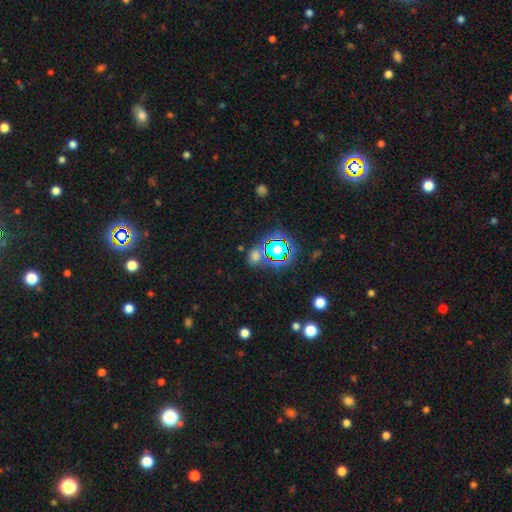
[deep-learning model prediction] A smooth galaxy with no disk features (46%). Merging: none (68%).